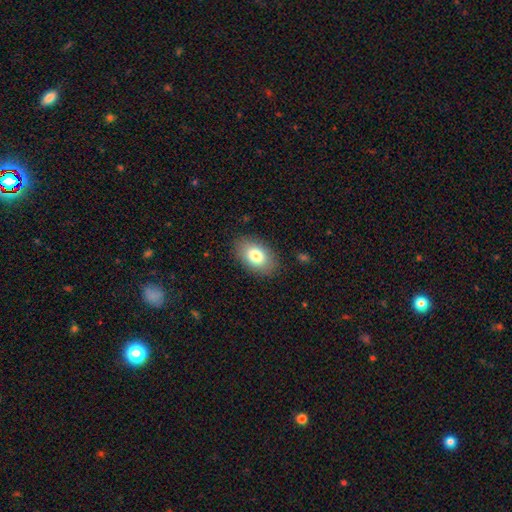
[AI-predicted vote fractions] smooth_or_featured: smooth (p=0.80) [alt: featured or disk p=0.12]
how_rounded: in between (p=0.90) [alt: round p=0.09]
merging: none (p=0.86) [alt: minor disturbance p=0.10]